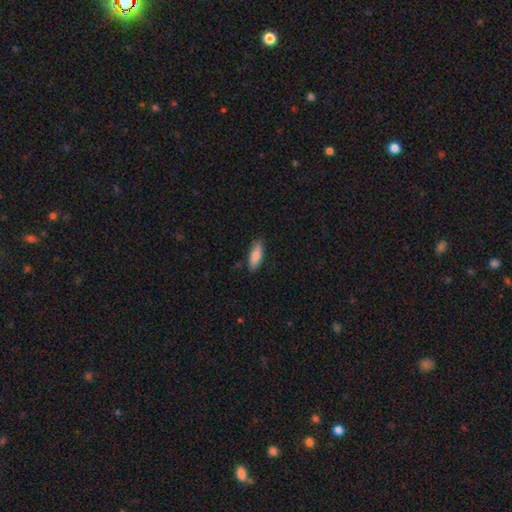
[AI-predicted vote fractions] This is clearly a smooth galaxy (82%). How rounded: likely in between (62%). Merging: clearly none (85%).